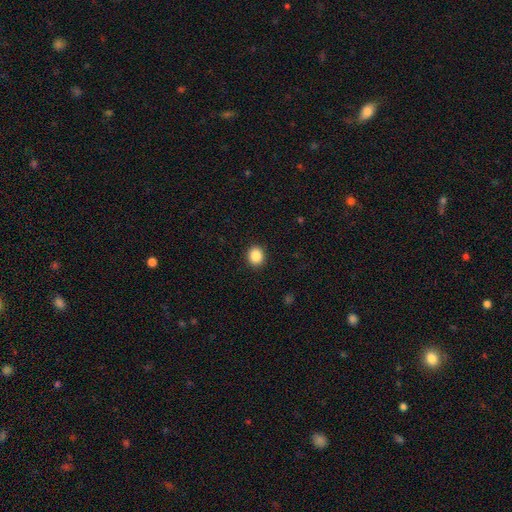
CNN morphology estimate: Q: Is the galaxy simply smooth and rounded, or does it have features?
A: smooth — 88%.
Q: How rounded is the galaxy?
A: round — 74%.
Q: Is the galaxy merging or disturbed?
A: none — 91%.